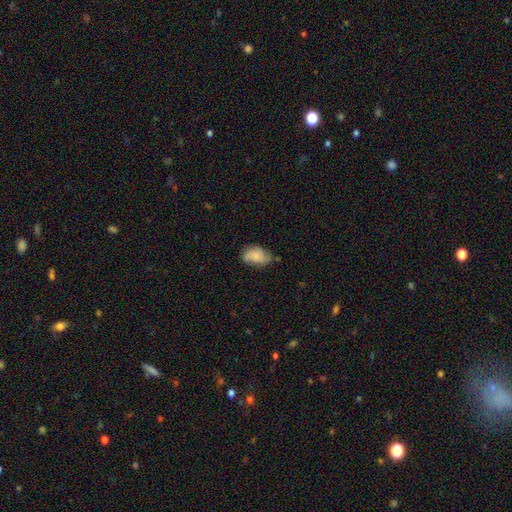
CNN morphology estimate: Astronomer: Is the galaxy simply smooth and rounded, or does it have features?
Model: smooth — 57% (runner-up: featured or disk, 35%).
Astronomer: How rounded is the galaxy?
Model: in between — 88%.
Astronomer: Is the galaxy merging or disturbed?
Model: none — 55% (runner-up: minor disturbance, 33%).